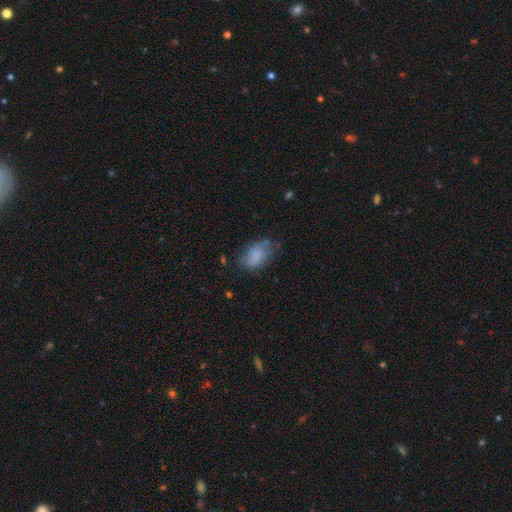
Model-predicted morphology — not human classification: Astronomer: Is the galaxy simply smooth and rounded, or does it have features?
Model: smooth — 74%.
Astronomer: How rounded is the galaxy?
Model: in between — 84%.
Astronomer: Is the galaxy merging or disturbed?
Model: none — 48% (runner-up: minor disturbance, 33%).